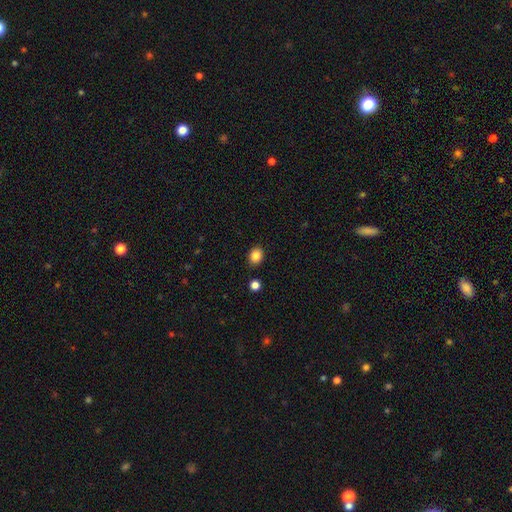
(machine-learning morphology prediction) Smooth or featured: smooth — 86% (star or artifact — 10%)
How rounded: in between — 53% (round — 46%)
Merging: none — 86% (minor disturbance — 9%)